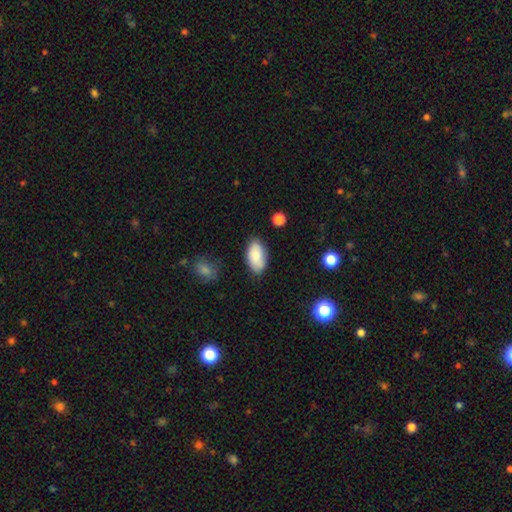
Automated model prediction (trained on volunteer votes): A smooth galaxy with no disk features (81%) that is in between round and cigar-shaped (94%). Merging: none (77%).